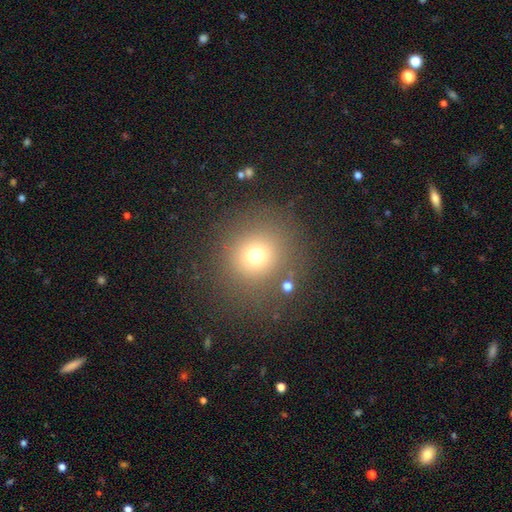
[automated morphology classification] Smooth or featured? smooth (70%)
How rounded? round (90%)
Merging? none (83%)